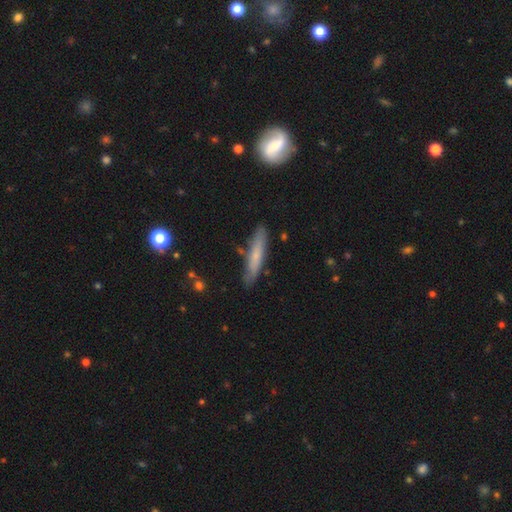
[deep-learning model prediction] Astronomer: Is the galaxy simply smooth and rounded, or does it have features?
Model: smooth — 64%.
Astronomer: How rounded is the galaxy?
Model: cigar-shaped — 89%.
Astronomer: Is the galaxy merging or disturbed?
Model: none — 83%.